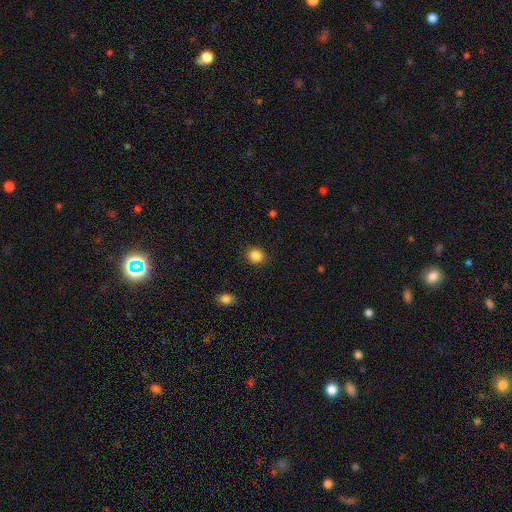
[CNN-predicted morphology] This is clearly a smooth galaxy (86%). How rounded: likely round (77%). Merging: clearly none (90%).